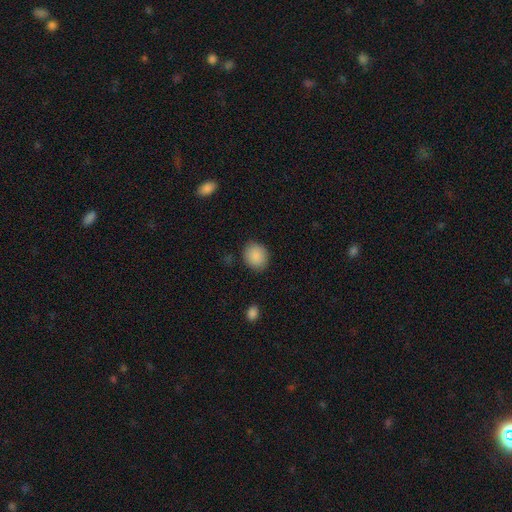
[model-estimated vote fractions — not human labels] smooth-or-featured: smooth: 89% | star or artifact: 7% | featured or disk: 3%
  how-rounded: round: 61% | in between: 38% | cigar-shaped: 1%
  merging: none: 86% | minor disturbance: 10% | major disturbance: 3% | merger: 1%